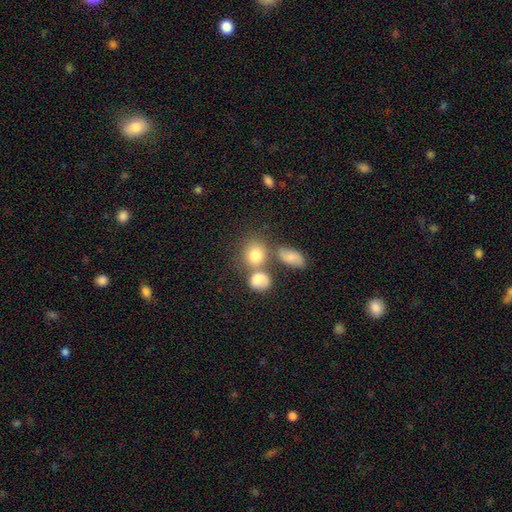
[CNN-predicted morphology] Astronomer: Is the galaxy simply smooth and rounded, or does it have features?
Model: smooth — 78%.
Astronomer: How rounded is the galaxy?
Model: round — 68%.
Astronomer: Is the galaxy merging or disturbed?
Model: none — 50% (runner-up: merger, 33%).